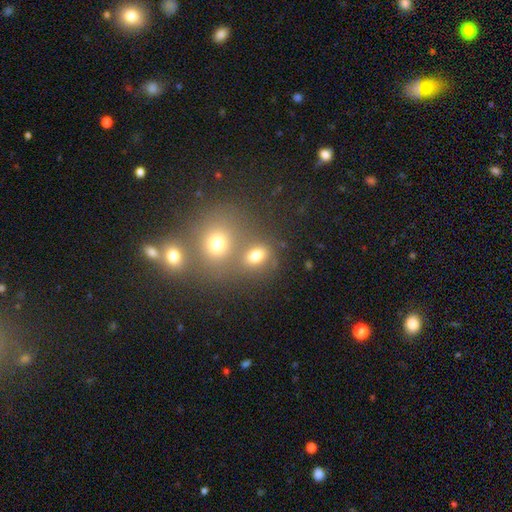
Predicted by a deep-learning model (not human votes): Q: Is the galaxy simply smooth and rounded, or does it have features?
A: smooth — 72%.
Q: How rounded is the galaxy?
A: round — 51%.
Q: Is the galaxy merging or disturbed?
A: none — 46%.